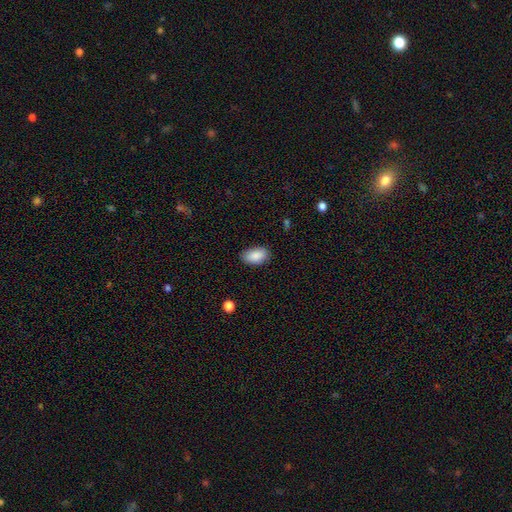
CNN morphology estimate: Smooth or featured? smooth (88%)
How rounded? in between (94%)
Merging? none (84%)